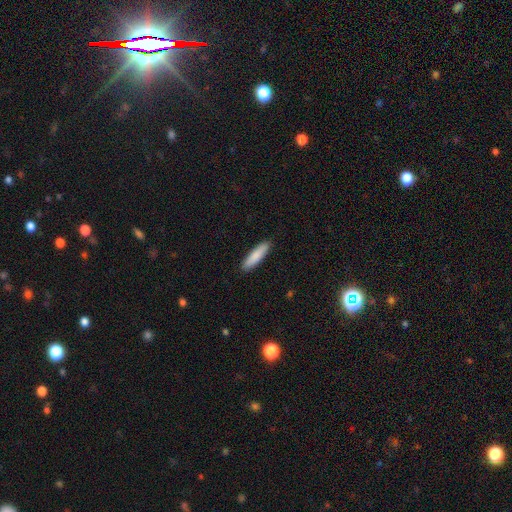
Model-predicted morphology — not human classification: A smooth galaxy with no disk features (86%) that is cigar-shaped (75%). Merging: none (91%).